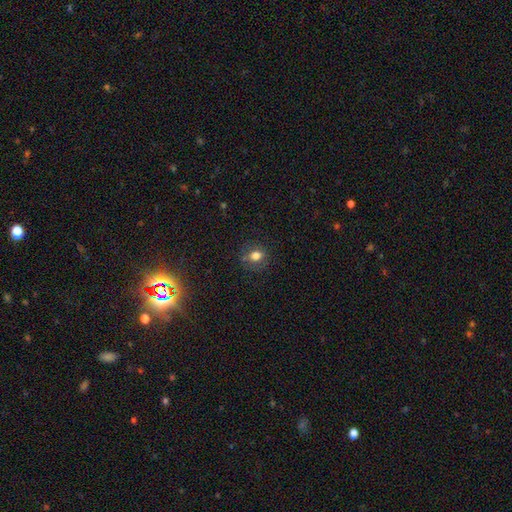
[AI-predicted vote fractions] Q: Smooth or featured?
A: smooth (74%); runner-up: star or artifact (14%)
Q: How rounded?
A: round (52%); runner-up: in between (47%)
Q: Merging?
A: none (78%); runner-up: minor disturbance (15%)